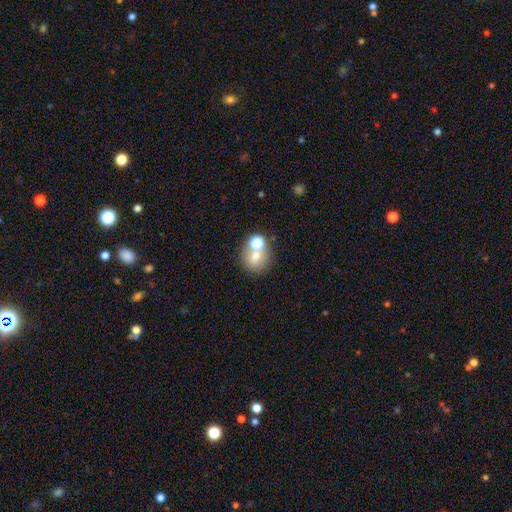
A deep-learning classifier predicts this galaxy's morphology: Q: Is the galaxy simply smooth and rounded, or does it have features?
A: smooth — 70%.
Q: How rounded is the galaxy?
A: round — 82%.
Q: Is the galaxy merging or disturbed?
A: none — 52%.